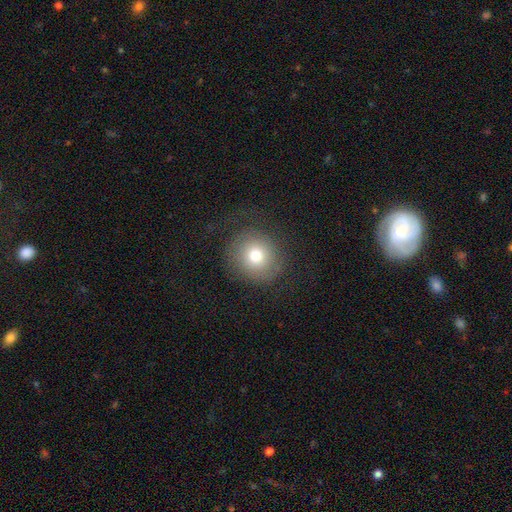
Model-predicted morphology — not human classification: This appears to be a smooth galaxy with no disk features (73%) that is round (89%). Merging: none (73%).